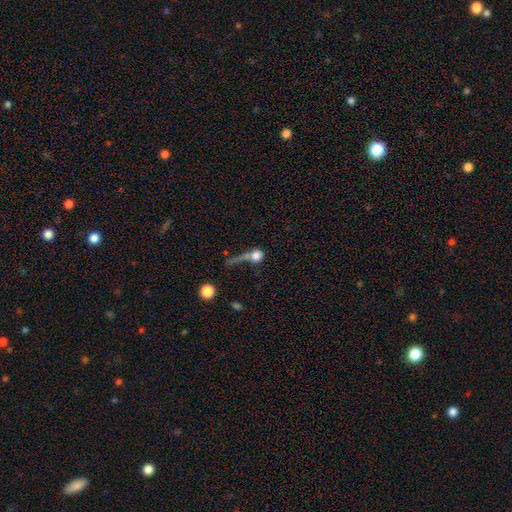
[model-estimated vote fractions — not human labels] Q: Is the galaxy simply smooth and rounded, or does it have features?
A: smooth — 70%.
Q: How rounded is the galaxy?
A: round — 79%.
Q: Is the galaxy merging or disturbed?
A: none — 35%.